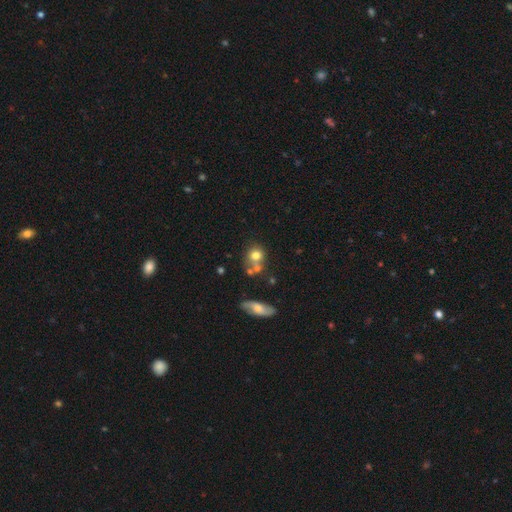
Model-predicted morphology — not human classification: type=smooth (72%); roundness=round (76%); merging=none (48%).